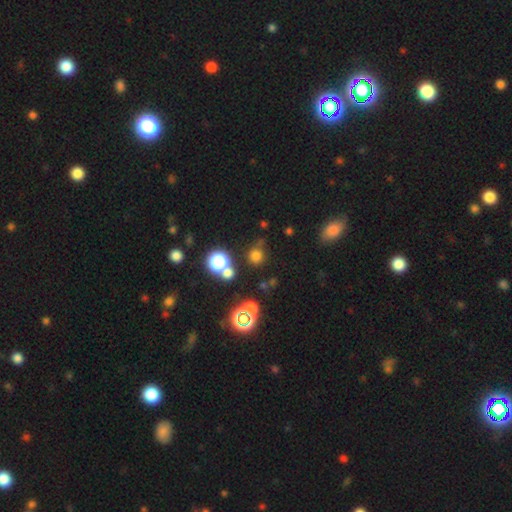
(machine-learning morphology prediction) Smooth or featured?
  - smooth: 69% *
  - star or artifact: 25%
  - featured or disk: 6%
How rounded?
  - round: 91% *
  - in between: 8%
  - cigar-shaped: 1%
Merging?
  - none: 73% *
  - merger: 11%
  - minor disturbance: 10%
  - major disturbance: 5%